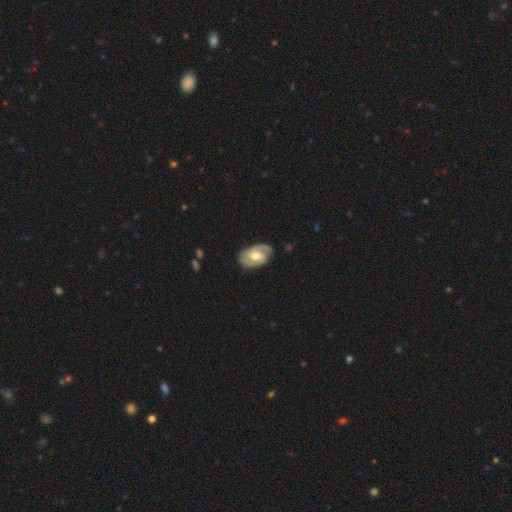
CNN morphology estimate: A featured or disk galaxy (85%) with a weak bar (48%), 2 (84%) tight (50%) spiral arms (94%) and a moderate central bulge (76%). Merging: none (81%).